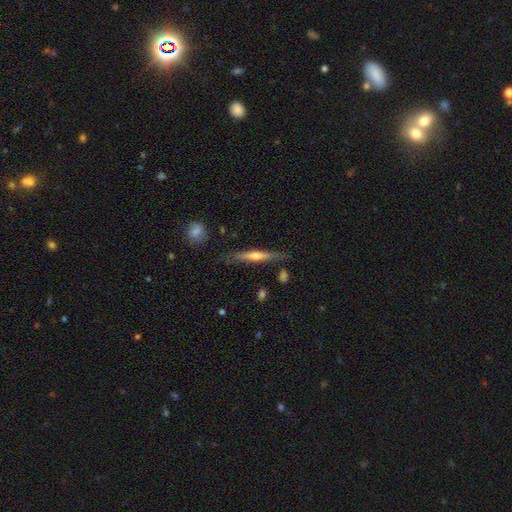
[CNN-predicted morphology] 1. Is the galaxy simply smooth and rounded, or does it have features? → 59% featured or disk, 34% smooth, 6% star or artifact.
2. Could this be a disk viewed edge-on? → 96% yes, 4% no.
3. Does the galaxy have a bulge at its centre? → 70% rounded, 18% none, 11% boxy.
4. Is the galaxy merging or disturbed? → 82% none, 13% minor disturbance, 3% major disturbance, 2% merger.